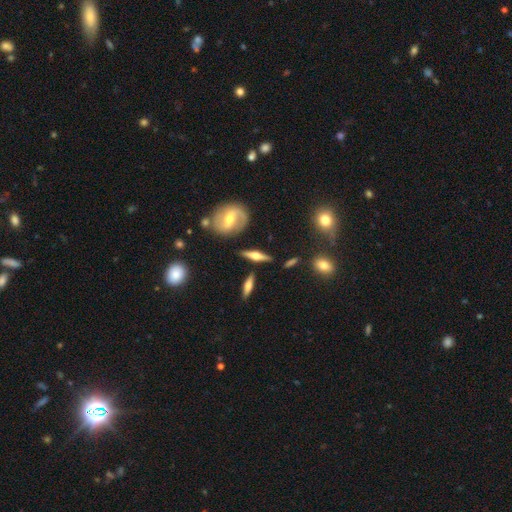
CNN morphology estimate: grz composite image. It shows a featured or disk galaxy (70%) viewed edge-on (90%) with a rounded central bulge (92%). Merging: none (81%).